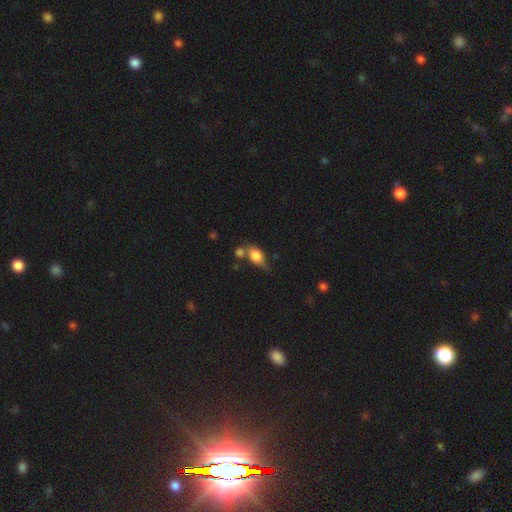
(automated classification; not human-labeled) Smooth or featured? smooth (77%)
How rounded? in between (78%)
Merging? none (39%)